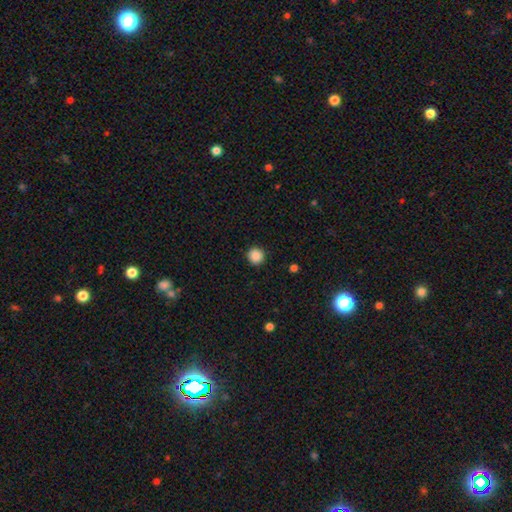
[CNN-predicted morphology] The model was most divided on "smooth or featured": smooth: 88%, star or artifact: 10%, featured or disk: 2%. More confident: how rounded — round (95%); merging — none (92%).